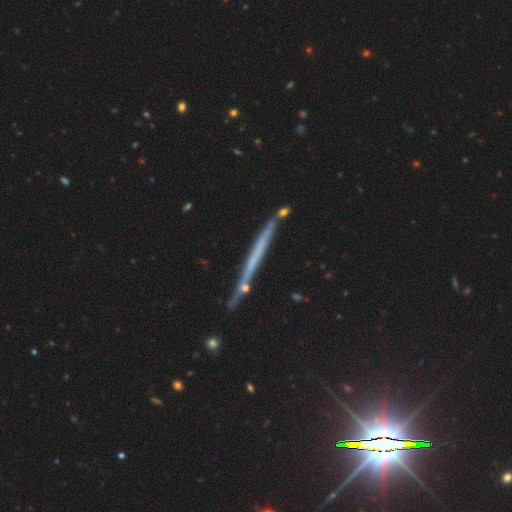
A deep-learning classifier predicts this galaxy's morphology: smooth-or-featured: featured or disk: 54% | smooth: 34% | star or artifact: 12%
  disk-edge-on: yes: 95% | no: 5%
    edge-on-bulge: none: 89% | rounded: 7% | boxy: 4%
  merging: none: 83% | minor disturbance: 11% | merger: 3% | major disturbance: 2%